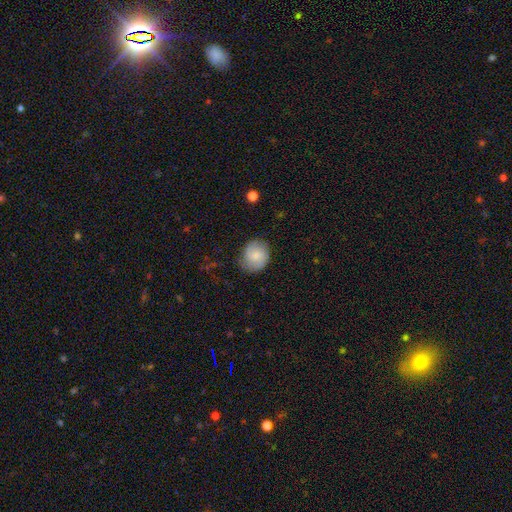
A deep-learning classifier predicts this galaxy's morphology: type=smooth (64%); roundness=round (76%); merging=none (73%).